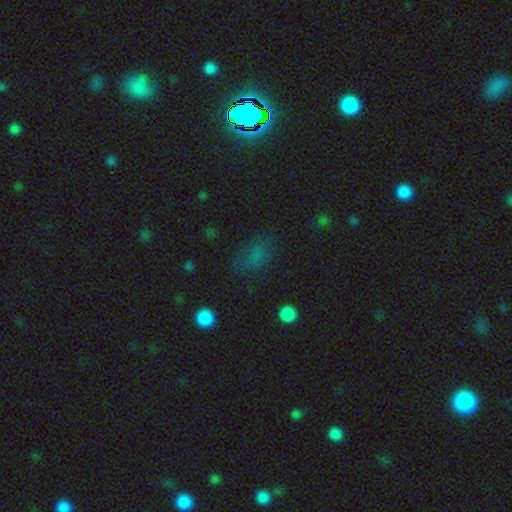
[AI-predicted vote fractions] Smooth or featured: smooth — 67% (star or artifact — 22%)
How rounded: in between — 83% (round — 14%)
Merging: none — 67% (minor disturbance — 21%)